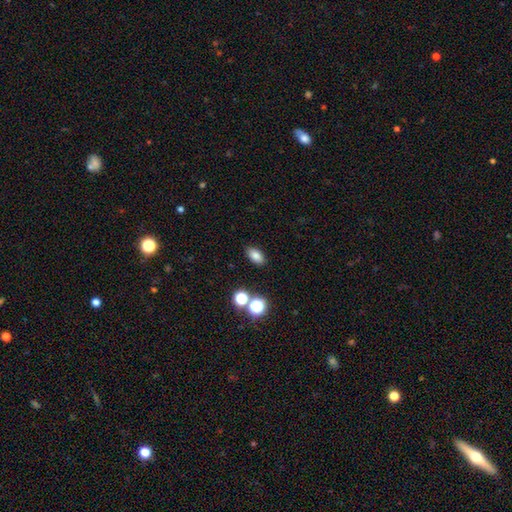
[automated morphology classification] The model was most divided on "smooth or featured": smooth: 80%, star or artifact: 12%, featured or disk: 8%. More confident: how rounded — in between (89%); merging — none (86%).